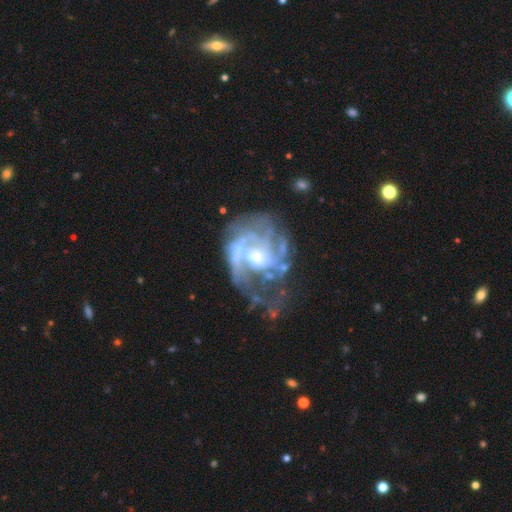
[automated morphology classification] Q: Smooth or featured?
A: featured or disk (85%); runner-up: smooth (8%)
Q: Edge-on disk?
A: no (98%); runner-up: yes (2%)
Q: Bar?
A: no (65%); runner-up: weak (28%)
Q: Spiral arms?
A: yes (87%); runner-up: no (13%)
Q: Spiral winding?
A: medium (42%); runner-up: tight (39%)
Q: Spiral arm count?
A: can't tell (34%); runner-up: 2 (24%)
Q: Bulge size?
A: small (42%); runner-up: moderate (41%)
Q: Merging?
A: none (45%); runner-up: major disturbance (30%)